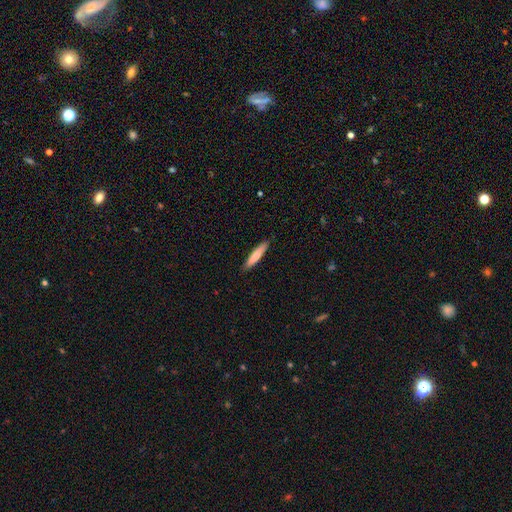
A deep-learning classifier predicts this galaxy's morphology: Smooth or featured? Predicted: smooth (p=0.77). How rounded? Predicted: cigar-shaped (p=0.87). Merging? Predicted: none (p=0.89).